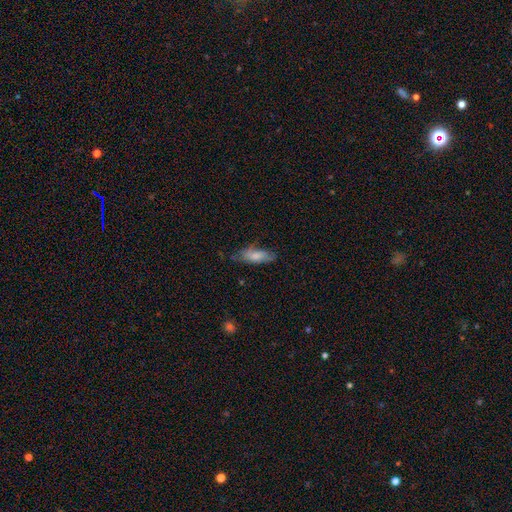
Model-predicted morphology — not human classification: smooth-or-featured: smooth: 68% | featured or disk: 25% | star or artifact: 7%
  how-rounded: in between: 70% | cigar-shaped: 28% | round: 2%
  merging: none: 58% | minor disturbance: 30% | major disturbance: 10% | merger: 2%